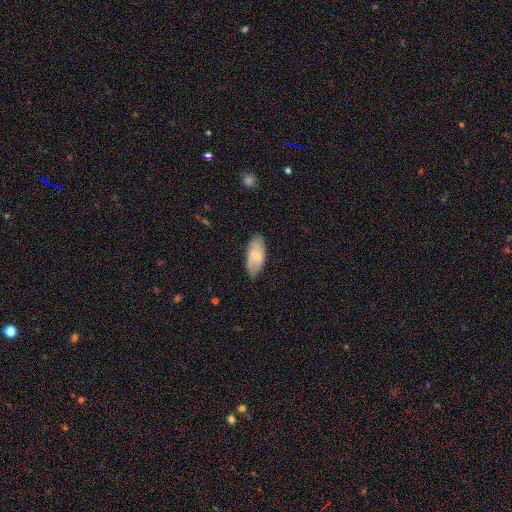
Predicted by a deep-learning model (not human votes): This is possibly a smooth galaxy (48%). Merging: likely none (79%).